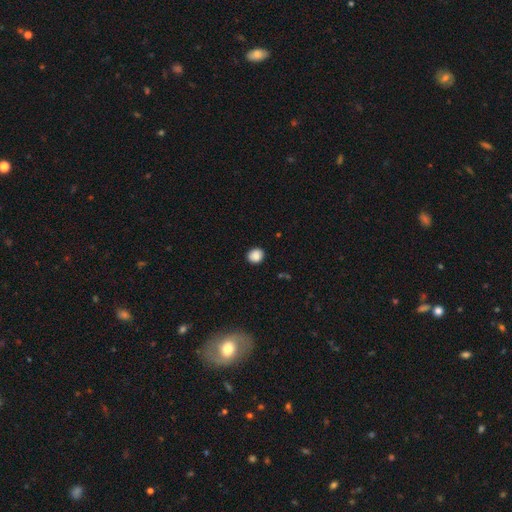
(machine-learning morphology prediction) Smooth or featured: smooth — 87% (star or artifact — 9%)
How rounded: round — 77% (in between — 22%)
Merging: none — 88% (minor disturbance — 9%)